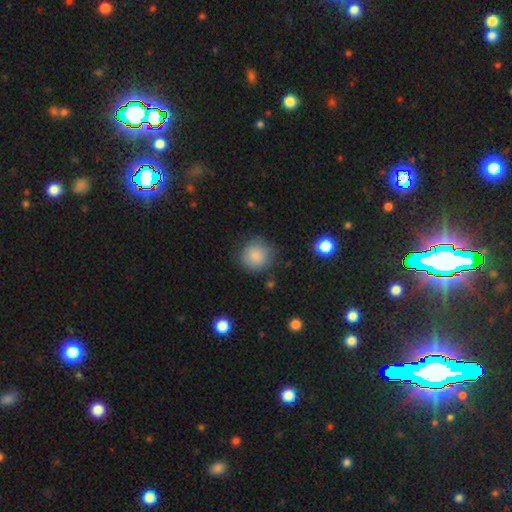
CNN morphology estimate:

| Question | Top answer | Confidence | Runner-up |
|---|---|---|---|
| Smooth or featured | smooth | 85% | star or artifact (8%) |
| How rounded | round | 90% | in between (9%) |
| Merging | none | 78% | minor disturbance (16%) |